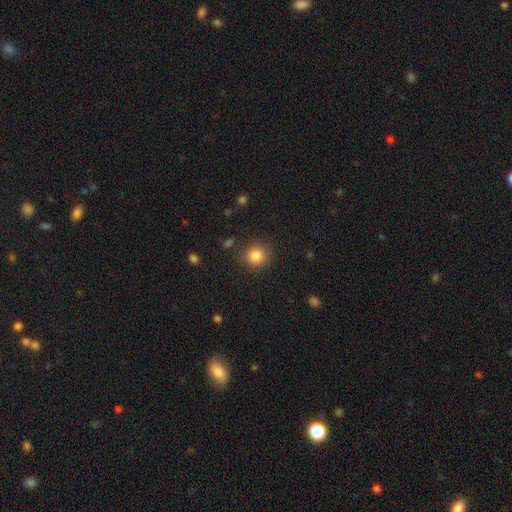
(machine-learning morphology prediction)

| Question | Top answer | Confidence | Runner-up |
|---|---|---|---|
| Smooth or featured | smooth | 83% | star or artifact (11%) |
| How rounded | round | 90% | in between (9%) |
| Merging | none | 88% | minor disturbance (7%) |